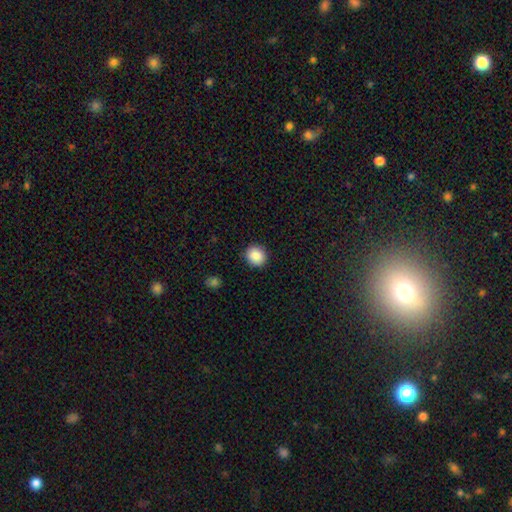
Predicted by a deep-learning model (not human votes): A smooth galaxy with no disk features (87%) that is round (86%).

Vote fractions:
- Smooth or featured? smooth: 87% / star or artifact: 9% / featured or disk: 4%
- How rounded? round: 86% / in between: 13% / cigar-shaped: 1%
- Merging? none: 91% / minor disturbance: 6% / major disturbance: 2% / merger: 1%